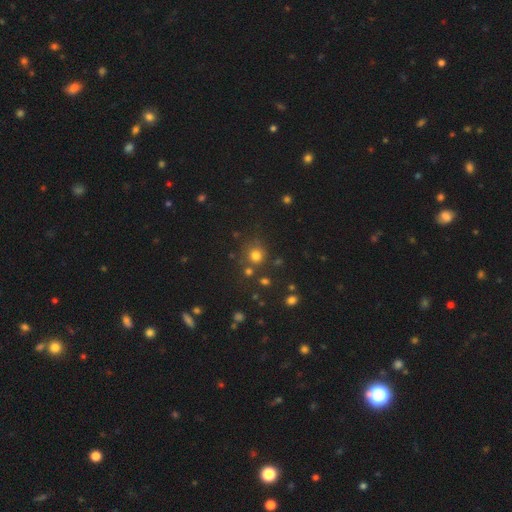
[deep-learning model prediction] smooth-or-featured: smooth: 76% | star or artifact: 18% | featured or disk: 7%
  how-rounded: round: 91% | in between: 8% | cigar-shaped: 1%
  merging: none: 75% | merger: 11% | minor disturbance: 10% | major disturbance: 4%